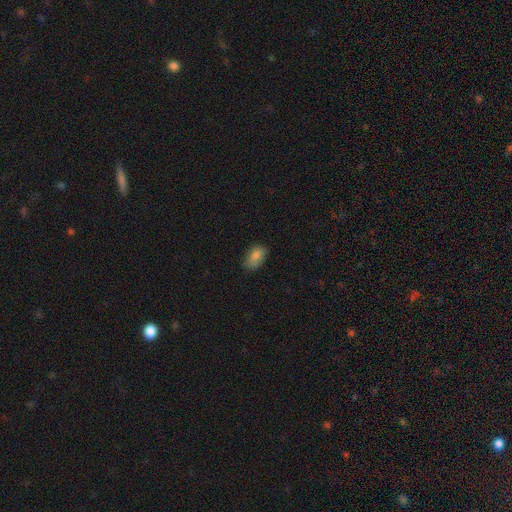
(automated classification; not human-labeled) smooth-or-featured: smooth: 81% | featured or disk: 10% | star or artifact: 9%
  how-rounded: in between: 90% | round: 7% | cigar-shaped: 2%
  merging: none: 66% | minor disturbance: 27% | major disturbance: 6% | merger: 1%